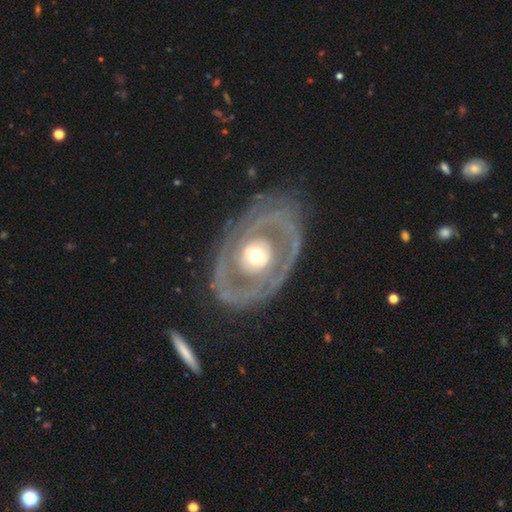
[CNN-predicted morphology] Smooth or featured?
  - featured or disk: 80% *
  - smooth: 15%
  - star or artifact: 5%
Edge-on disk?
  - no: 94% *
  - yes: 6%
Bar?
  - no: 75% *
  - weak: 16%
  - strong: 8%
Spiral arms?
  - yes: 57% *
  - no: 43%
Bulge size?
  - moderate: 68% *
  - large: 16%
  - small: 13%
  - dominant: 2%
  - none: 1%
Merging?
  - none: 73% *
  - minor disturbance: 14%
  - major disturbance: 11%
  - merger: 2%